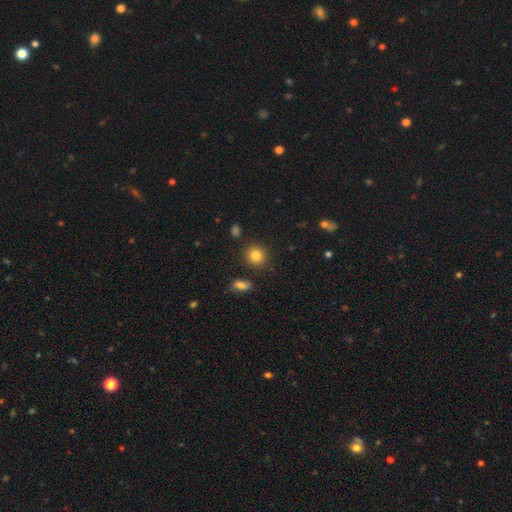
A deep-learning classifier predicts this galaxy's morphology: This appears to be a smooth galaxy with no disk features (82%) that is round (85%). Merging: none (84%).